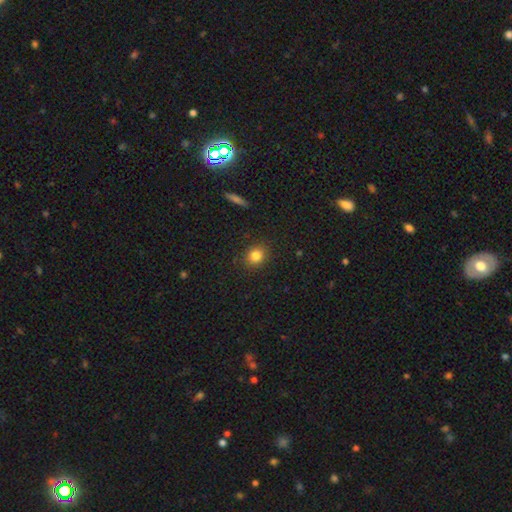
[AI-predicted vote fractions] Q: Smooth or featured?
A: smooth (82%); runner-up: star or artifact (11%)
Q: How rounded?
A: round (69%); runner-up: in between (29%)
Q: Merging?
A: none (88%); runner-up: minor disturbance (8%)